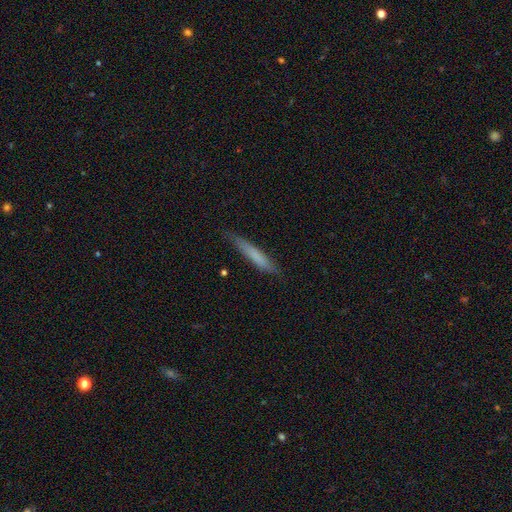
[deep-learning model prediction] smooth 69%, featured or disk 25%, star or artifact 6%. Down the decision tree: how rounded — cigar-shaped (94%); merging — none (79%).